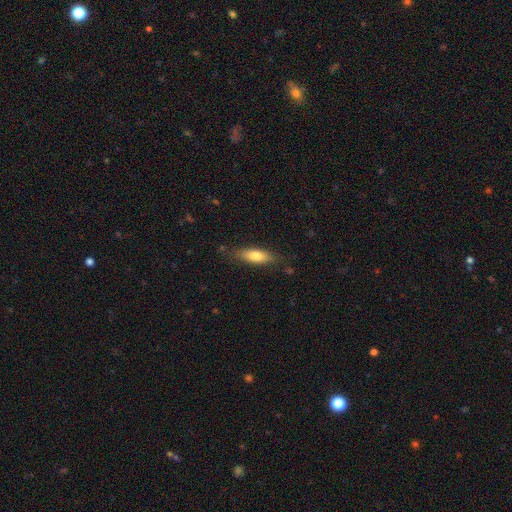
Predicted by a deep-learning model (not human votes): A smooth galaxy with no disk features (74%) that is in between round and cigar-shaped (51%). Merging: none (79%).